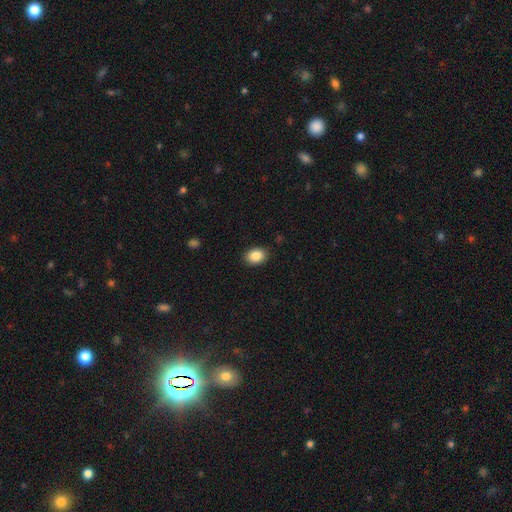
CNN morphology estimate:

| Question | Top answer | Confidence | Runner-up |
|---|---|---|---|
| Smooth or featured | smooth | 87% | star or artifact (8%) |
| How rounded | in between | 77% | round (22%) |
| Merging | none | 88% | minor disturbance (8%) |